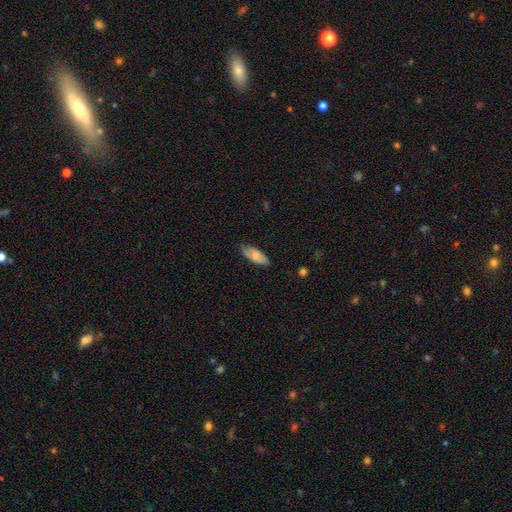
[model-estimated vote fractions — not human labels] Smooth or featured? smooth (65%)
How rounded? in between (82%)
Merging? none (77%)